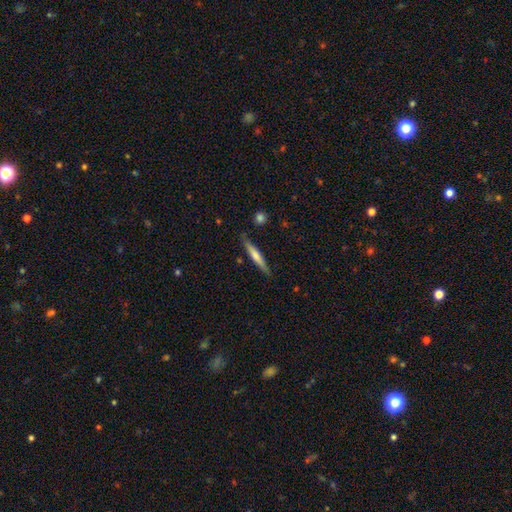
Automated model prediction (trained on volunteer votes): smooth_or_featured: smooth (p=0.55) [alt: featured or disk p=0.40]
how_rounded: cigar-shaped (p=0.92) [alt: in between p=0.07]
merging: none (p=0.86) [alt: minor disturbance p=0.11]